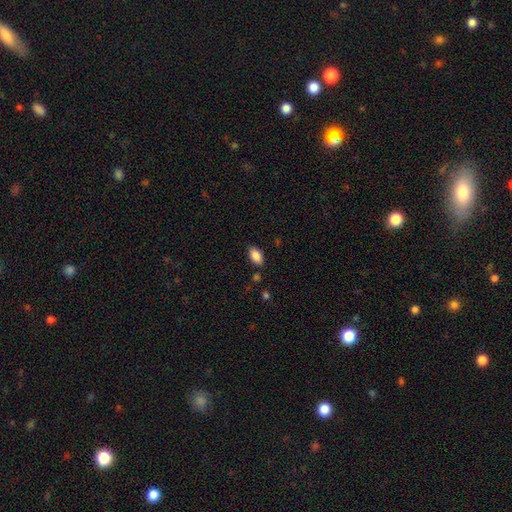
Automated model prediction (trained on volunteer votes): smooth-or-featured: smooth: 87% | star or artifact: 7% | featured or disk: 5%
  how-rounded: in between: 93% | round: 4% | cigar-shaped: 4%
  merging: none: 85% | minor disturbance: 11% | major disturbance: 2% | merger: 2%